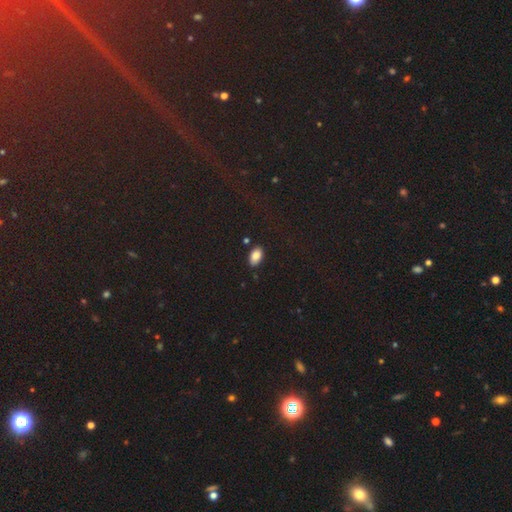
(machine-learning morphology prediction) Smooth or featured? smooth (85%)
How rounded? in between (93%)
Merging? none (86%)